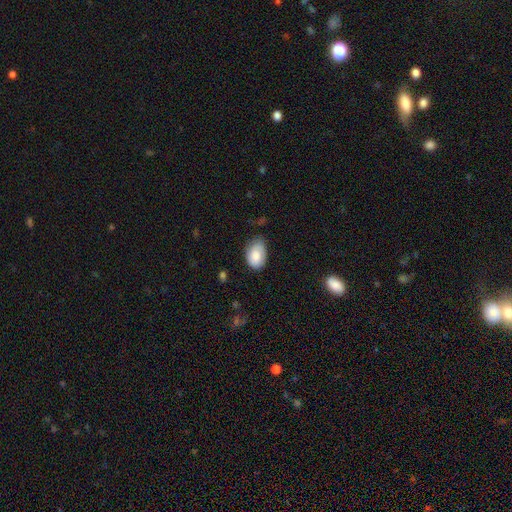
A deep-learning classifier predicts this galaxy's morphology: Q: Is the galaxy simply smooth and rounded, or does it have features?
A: smooth — 81%.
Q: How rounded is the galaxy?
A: in between — 86%.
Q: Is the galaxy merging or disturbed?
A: none — 58%.